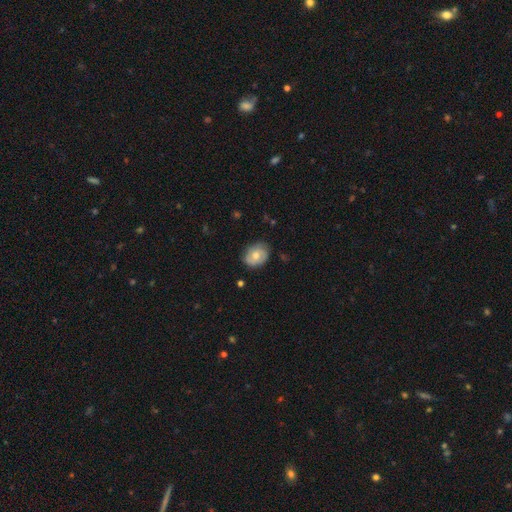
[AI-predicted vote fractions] Q: Smooth or featured?
A: smooth (62%); runner-up: featured or disk (31%)
Q: How rounded?
A: in between (56%); runner-up: round (43%)
Q: Merging?
A: none (75%); runner-up: minor disturbance (20%)